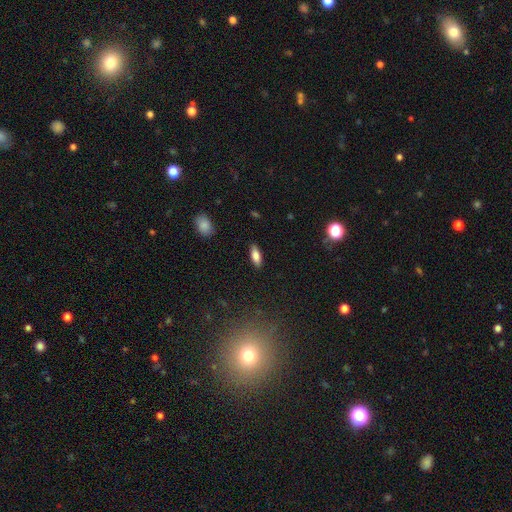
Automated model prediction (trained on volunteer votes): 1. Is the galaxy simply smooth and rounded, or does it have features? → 78% smooth, 14% featured or disk, 7% star or artifact.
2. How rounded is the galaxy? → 71% in between, 27% cigar-shaped, 2% round.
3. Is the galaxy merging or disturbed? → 88% none, 8% minor disturbance, 2% major disturbance, 1% merger.